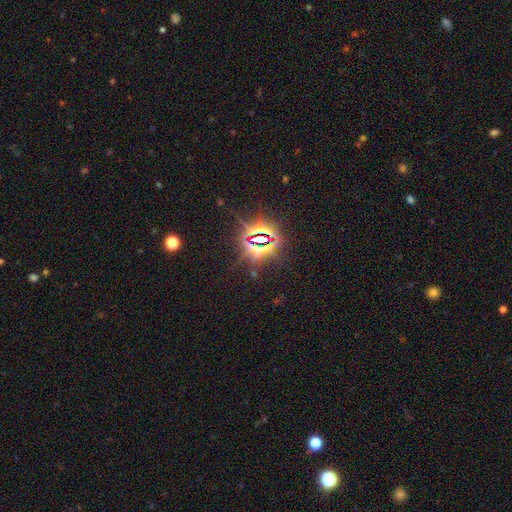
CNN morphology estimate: Smooth or featured?
  - star or artifact: 84% *
  - featured or disk: 8%
  - smooth: 8%